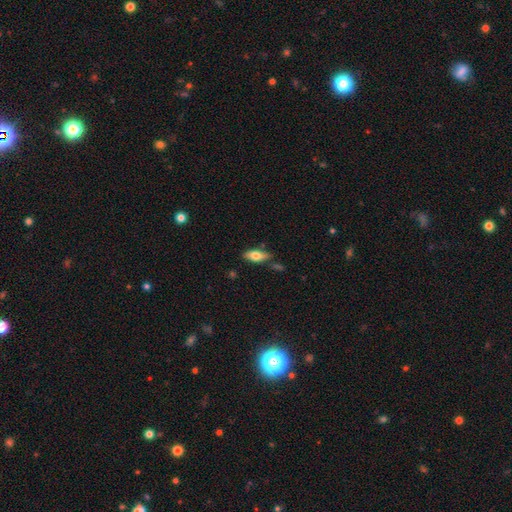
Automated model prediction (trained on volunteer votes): Smooth or featured? smooth (69%)
How rounded? in between (76%)
Merging? none (70%)